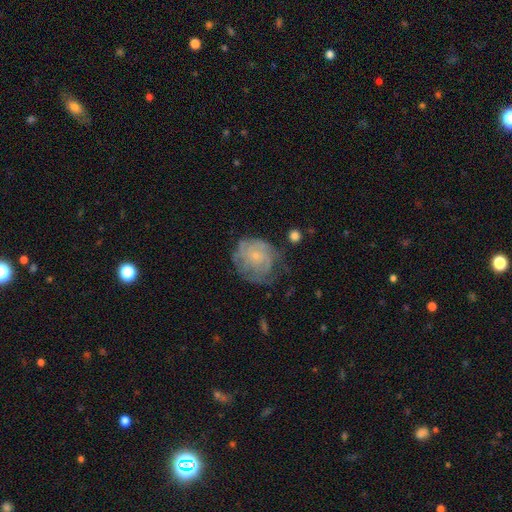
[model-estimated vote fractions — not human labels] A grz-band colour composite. It shows a featured or disk galaxy (65%) with no bar (80%), tight (61%) spiral arms (80%) and a small central bulge (75%). Merging: none (53%).